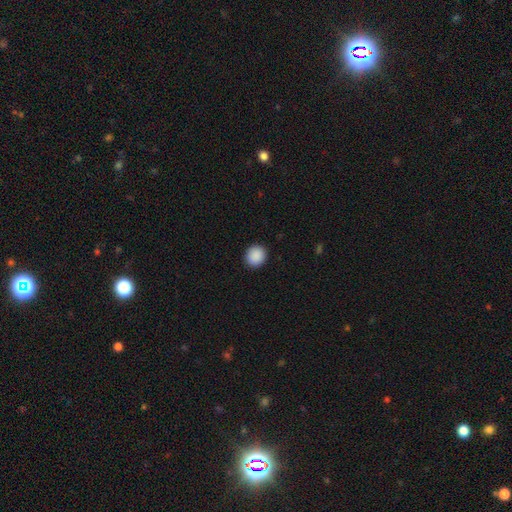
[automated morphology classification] A smooth galaxy with no disk features (90%) that is round (85%).

Vote fractions:
- Smooth or featured? smooth: 90% / star or artifact: 7% / featured or disk: 2%
- How rounded? round: 85% / in between: 14% / cigar-shaped: 1%
- Merging? none: 91% / minor disturbance: 6% / major disturbance: 2% / merger: 1%